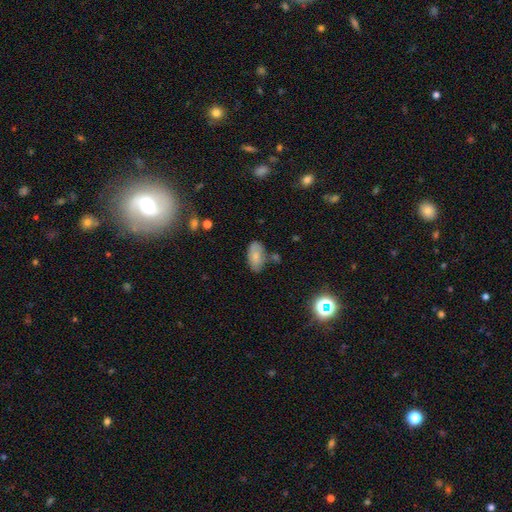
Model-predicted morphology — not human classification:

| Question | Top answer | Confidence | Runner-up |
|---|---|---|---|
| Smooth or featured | smooth | 74% | featured or disk (17%) |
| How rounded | in between | 92% | round (5%) |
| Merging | none | 60% | minor disturbance (25%) |